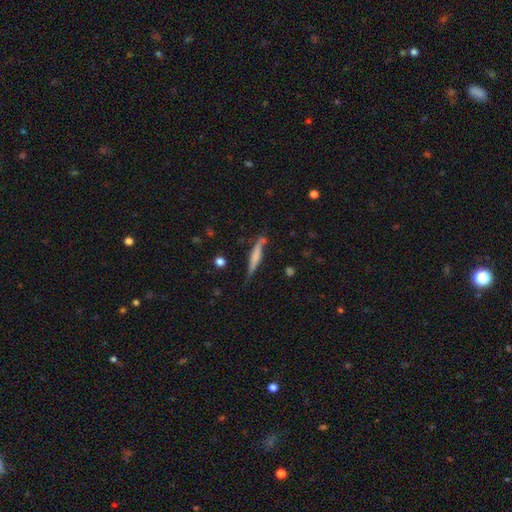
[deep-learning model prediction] Smooth or featured? Predicted: smooth (p=0.53). How rounded? Predicted: cigar-shaped (p=0.92). Merging? Predicted: none (p=0.68).